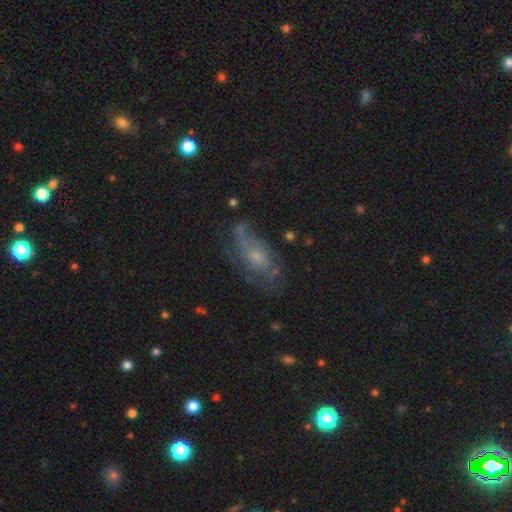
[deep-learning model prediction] The model was most divided on "bulge size": small: 51%, moderate: 34%, none: 10%, large: 4%, dominant: 1%. Remaining: edge-on disk — no (88%); bar — no (72%); spiral arms — yes (62%); smooth or featured — featured or disk (57%); merging — none (49%).